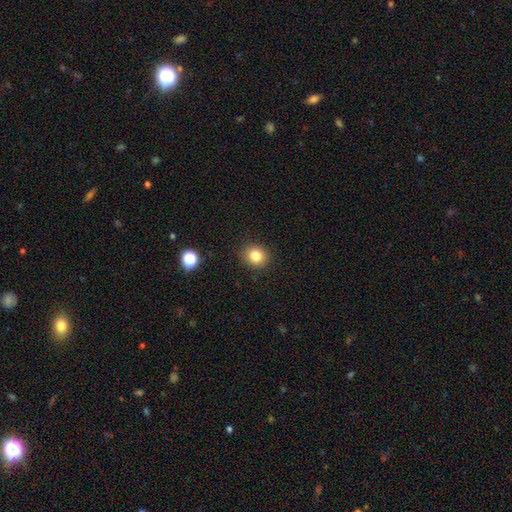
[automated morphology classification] This appears to be a smooth galaxy with no disk features (81%) that is round (78%). Merging: none (89%).